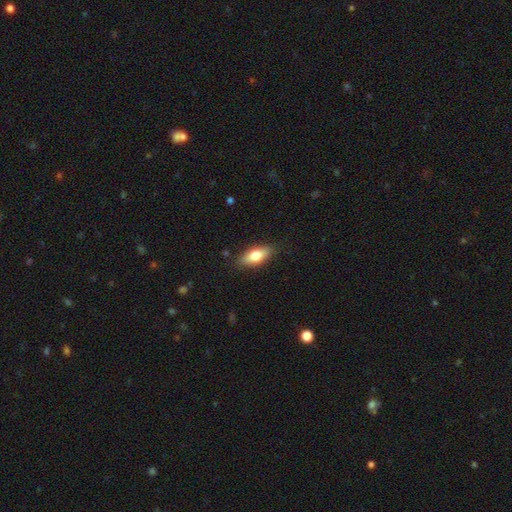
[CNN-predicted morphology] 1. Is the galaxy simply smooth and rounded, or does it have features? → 73% smooth, 20% featured or disk, 6% star or artifact.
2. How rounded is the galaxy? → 77% in between, 20% cigar-shaped, 3% round.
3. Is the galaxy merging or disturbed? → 86% none, 11% minor disturbance, 2% major disturbance, 1% merger.